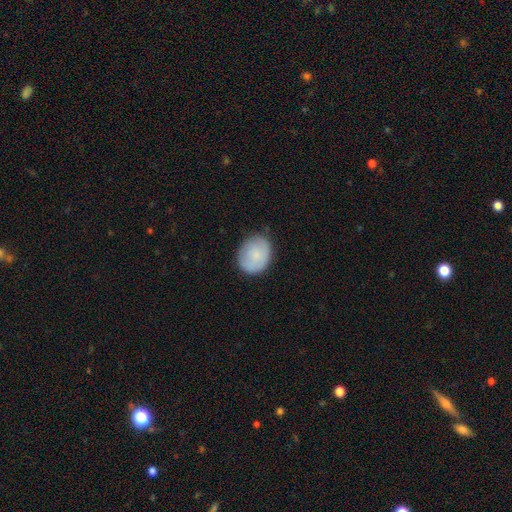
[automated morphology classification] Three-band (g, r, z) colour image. It shows a smooth galaxy with no disk features (77%) that is round (50%). Merging: none (76%).